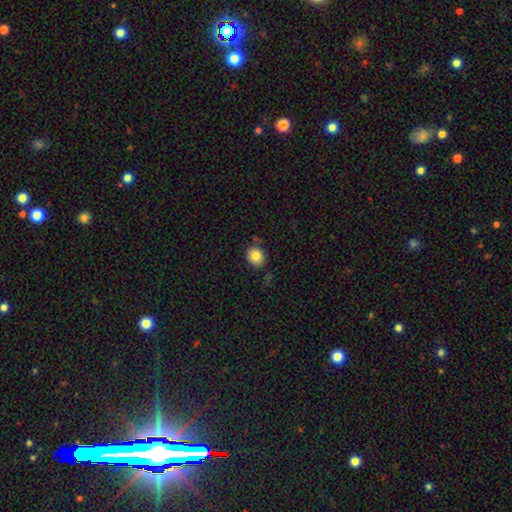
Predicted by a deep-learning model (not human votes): smooth 83%, star or artifact 9%, featured or disk 8%. Down the decision tree: how rounded — round (60%); merging — none (78%).